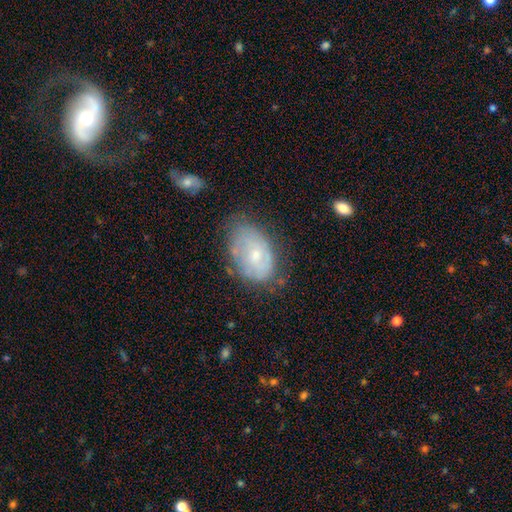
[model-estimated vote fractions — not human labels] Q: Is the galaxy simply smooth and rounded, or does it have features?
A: featured or disk — 52%.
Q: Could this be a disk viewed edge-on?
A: no — 95%.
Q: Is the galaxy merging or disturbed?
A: none — 57%.